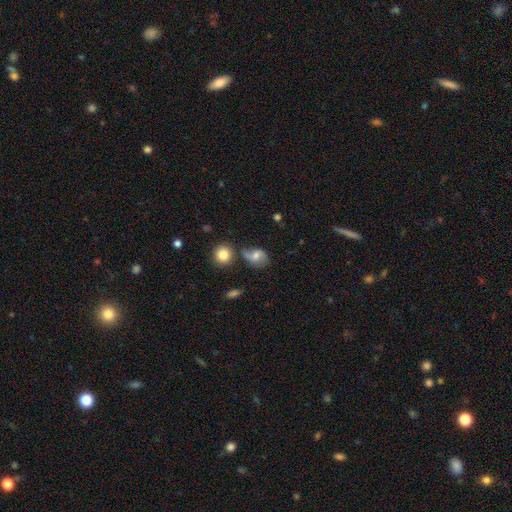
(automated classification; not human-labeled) The model was most divided on "how rounded": in between: 57%, round: 41%, cigar-shaped: 2%. More confident: smooth or featured — smooth (56%); merging — none (53%).